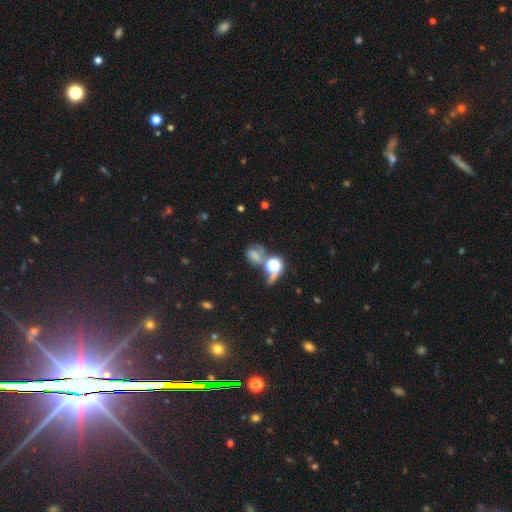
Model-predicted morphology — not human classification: This appears to be a smooth galaxy with no disk features (48%). Merging: none (35%).